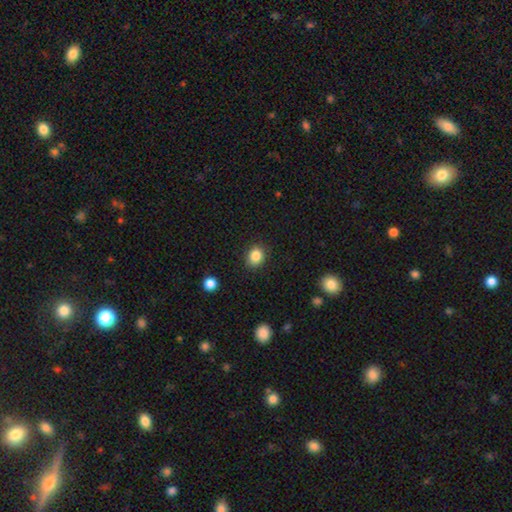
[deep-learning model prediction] smooth-or-featured: smooth: 85% | star or artifact: 10% | featured or disk: 5%
  how-rounded: round: 63% | in between: 37% | cigar-shaped: 1%
  merging: none: 87% | minor disturbance: 9% | major disturbance: 3% | merger: 1%